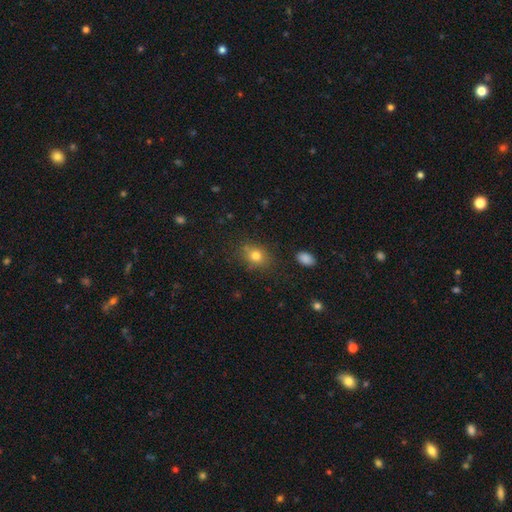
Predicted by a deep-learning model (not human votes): smooth_or_featured: smooth (p=0.77) [alt: star or artifact p=0.13]
how_rounded: in between (p=0.50) [alt: round p=0.48]
merging: none (p=0.79) [alt: minor disturbance p=0.14]